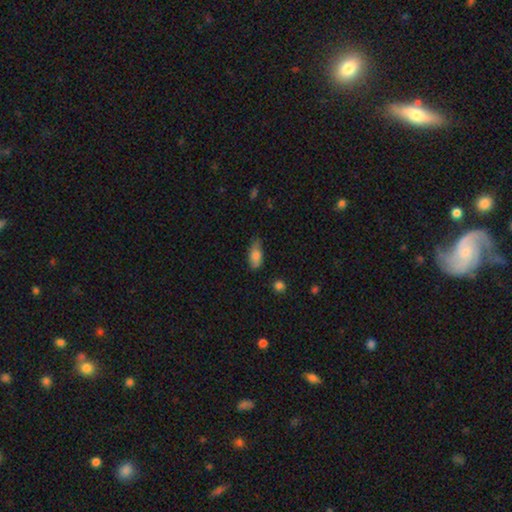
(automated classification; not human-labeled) Smooth or featured: smooth — 81% (featured or disk — 12%)
How rounded: in between — 85% (cigar-shaped — 12%)
Merging: none — 63% (minor disturbance — 29%)